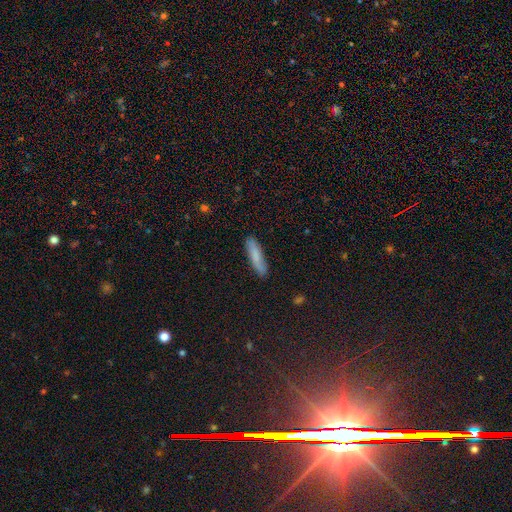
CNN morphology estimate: Q: Smooth or featured?
A: smooth (77%); runner-up: featured or disk (16%)
Q: How rounded?
A: cigar-shaped (82%); runner-up: in between (17%)
Q: Merging?
A: none (85%); runner-up: minor disturbance (11%)